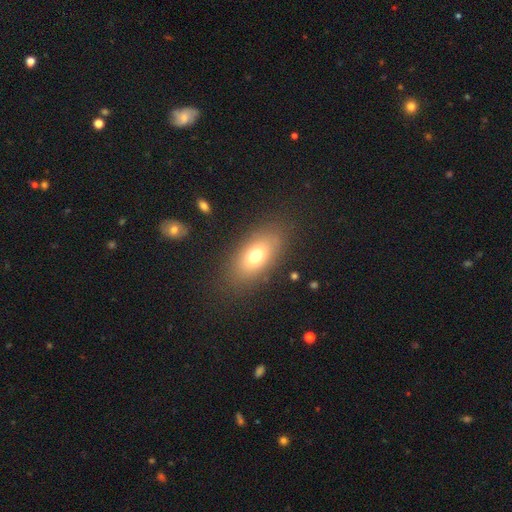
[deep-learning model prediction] smooth 69%, featured or disk 20%, star or artifact 11%. Down the decision tree: how rounded — in between (85%); merging — none (83%).